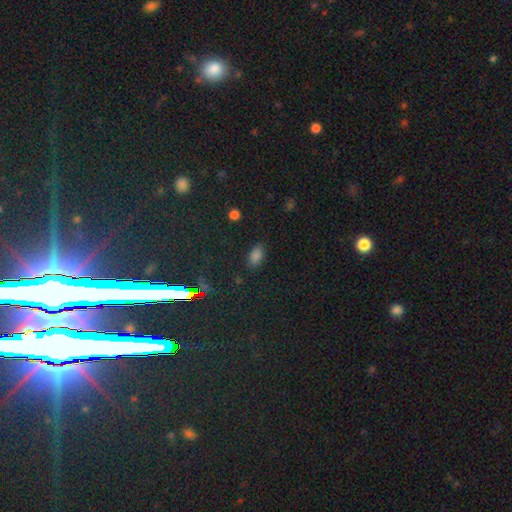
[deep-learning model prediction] Q: Smooth or featured?
A: smooth (77%); runner-up: star or artifact (17%)
Q: How rounded?
A: in between (91%); runner-up: round (6%)
Q: Merging?
A: none (83%); runner-up: minor disturbance (12%)